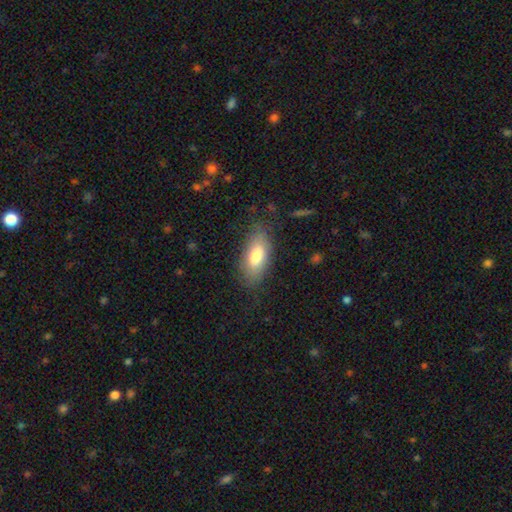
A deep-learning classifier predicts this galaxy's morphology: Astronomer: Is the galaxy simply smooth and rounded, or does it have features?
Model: smooth — 77%.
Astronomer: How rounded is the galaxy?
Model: in between — 84%.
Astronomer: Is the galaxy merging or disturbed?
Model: none — 76%.